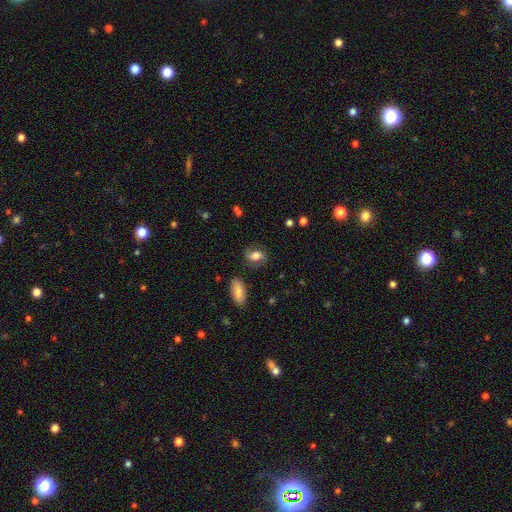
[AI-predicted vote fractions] smooth_or_featured: smooth (p=0.56) [alt: featured or disk p=0.35]
how_rounded: in between (p=0.76) [alt: round p=0.20]
merging: none (p=0.75) [alt: minor disturbance p=0.16]